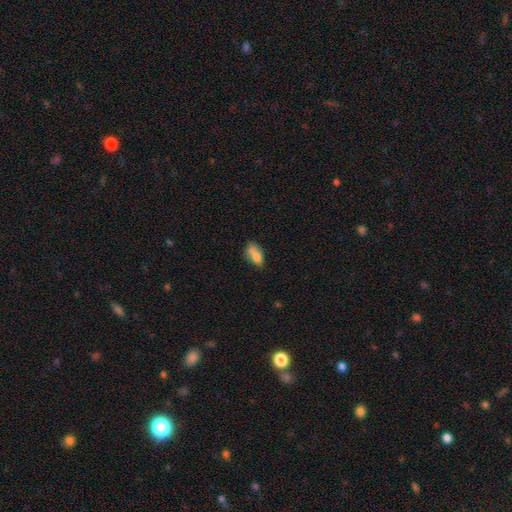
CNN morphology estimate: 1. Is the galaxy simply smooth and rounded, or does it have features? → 72% smooth, 18% featured or disk, 10% star or artifact.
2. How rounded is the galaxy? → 83% in between, 11% round, 5% cigar-shaped.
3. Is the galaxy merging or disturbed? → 35% none, 29% merger, 24% minor disturbance, 11% major disturbance.